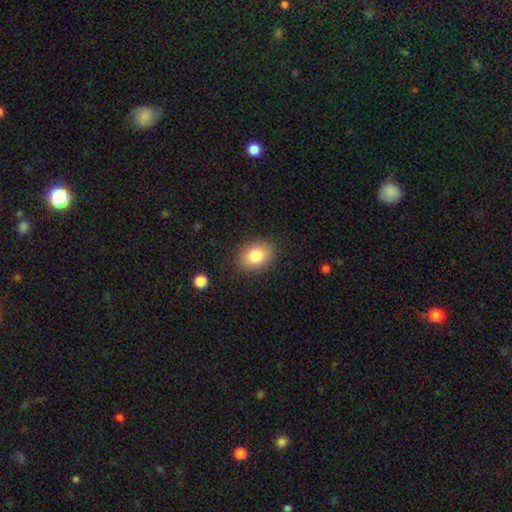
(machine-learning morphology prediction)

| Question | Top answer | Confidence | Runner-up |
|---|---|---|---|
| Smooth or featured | smooth | 82% | featured or disk (10%) |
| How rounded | in between | 72% | round (27%) |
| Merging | none | 86% | minor disturbance (10%) |